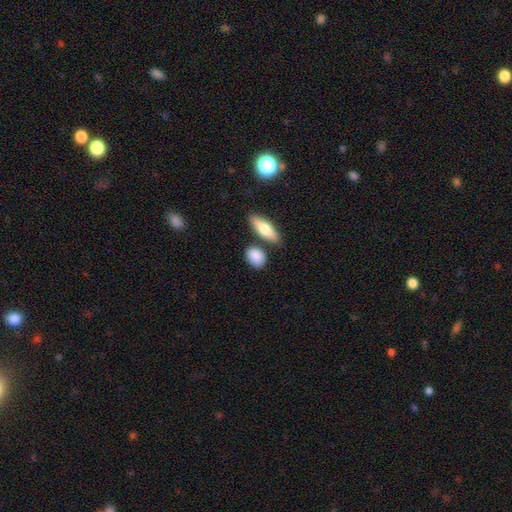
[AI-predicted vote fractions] Smooth or featured? Predicted: smooth (p=0.86). How rounded? Predicted: in between (p=0.64). Merging? Predicted: none (p=0.71).